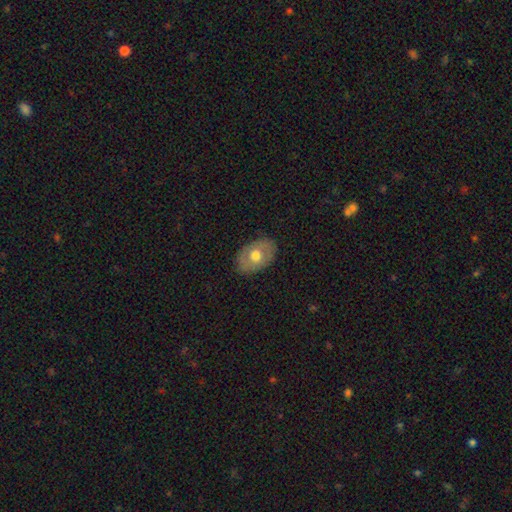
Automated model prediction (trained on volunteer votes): A smooth galaxy with no disk features (59%) that is in between round and cigar-shaped (82%).

Vote fractions:
- Smooth or featured? smooth: 59% / featured or disk: 35% / star or artifact: 6%
- How rounded? in between: 82% / round: 17% / cigar-shaped: 1%
- Merging? none: 83% / minor disturbance: 13% / major disturbance: 3% / merger: 1%